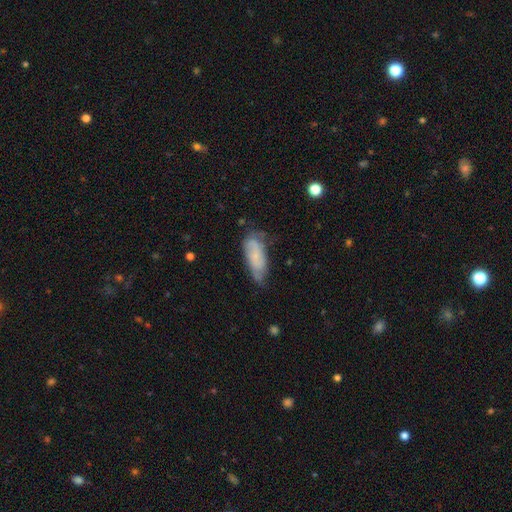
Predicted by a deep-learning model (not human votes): smooth_or_featured: smooth (p=0.54) [alt: featured or disk p=0.37]
how_rounded: in between (p=0.76) [alt: cigar-shaped p=0.21]
merging: none (p=0.49) [alt: minor disturbance p=0.36]